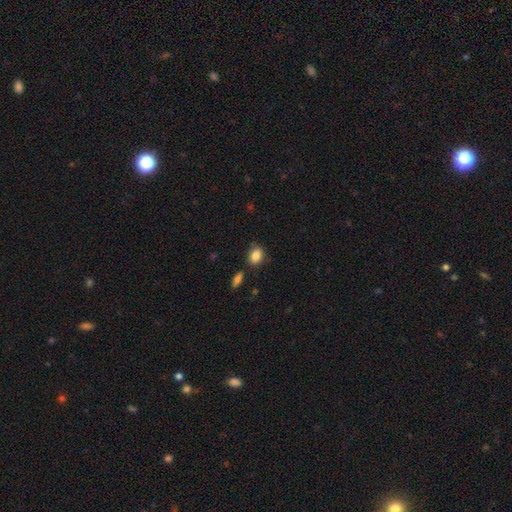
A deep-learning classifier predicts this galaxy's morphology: type=smooth (86%); roundness=in between (63%); merging=none (75%).